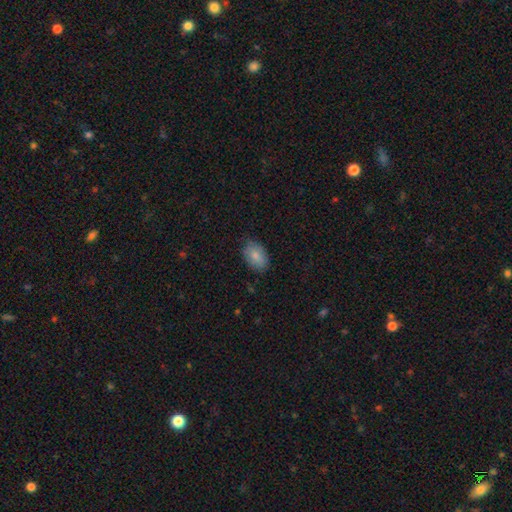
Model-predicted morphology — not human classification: Smooth or featured? Predicted: smooth (p=0.84). How rounded? Predicted: in between (p=0.90). Merging? Predicted: none (p=0.80).